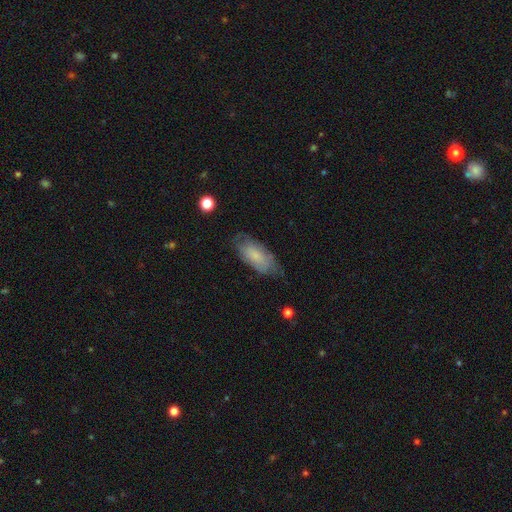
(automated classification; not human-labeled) smooth-or-featured: smooth: 66% | featured or disk: 27% | star or artifact: 7%
  how-rounded: in between: 87% | cigar-shaped: 10% | round: 2%
  merging: none: 62% | minor disturbance: 28% | major disturbance: 9% | merger: 2%